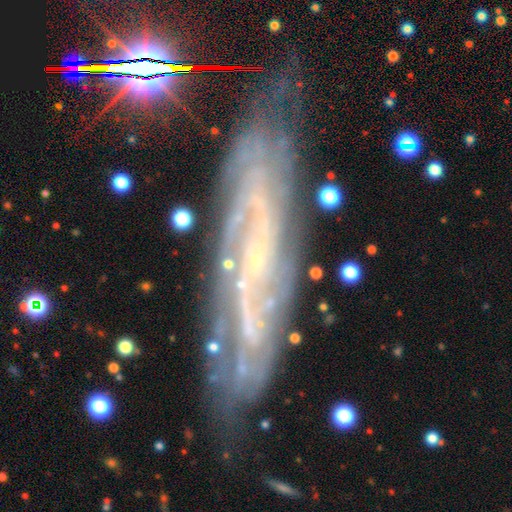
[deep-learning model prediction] This is clearly a featured or disk galaxy (85%). It is clearly not viewed edge-on (81%). Bar: possibly no (49%). Spiral arm pattern: clearly yes (95%). Spiral arm count: marginally 2 (39%). Spiral winding: possibly tight (47%). Central bulge: likely small (80%). Merging: likely none (71%).